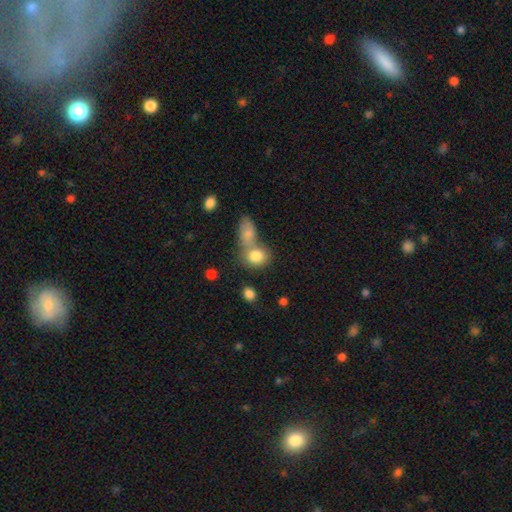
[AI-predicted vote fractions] A smooth galaxy with no disk features (81%) that is round (53%).

Vote fractions:
- Smooth or featured? smooth: 81% / featured or disk: 10% / star or artifact: 9%
- How rounded? round: 53% / in between: 45% / cigar-shaped: 2%
- Merging? merger: 45% / none: 41% / minor disturbance: 10% / major disturbance: 4%